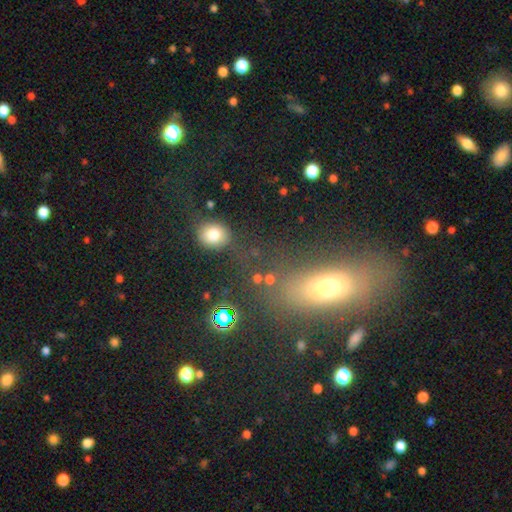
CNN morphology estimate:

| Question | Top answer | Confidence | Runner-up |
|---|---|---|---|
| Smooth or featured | smooth | 61% | star or artifact (24%) |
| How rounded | in between | 50% | round (38%) |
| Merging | none | 67% | minor disturbance (14%) |